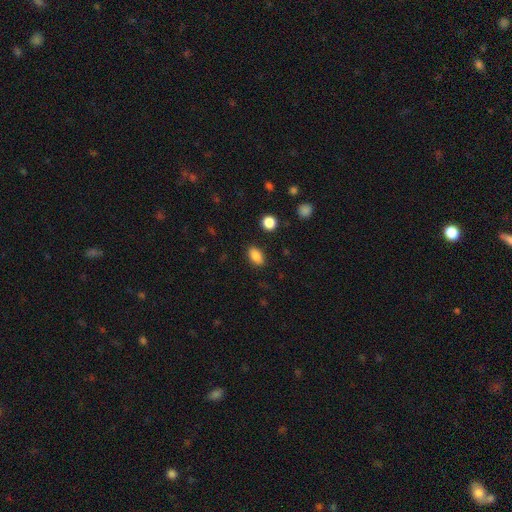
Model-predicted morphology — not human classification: Smooth or featured: smooth — 86% (star or artifact — 9%)
How rounded: in between — 87% (round — 9%)
Merging: none — 88% (minor disturbance — 8%)